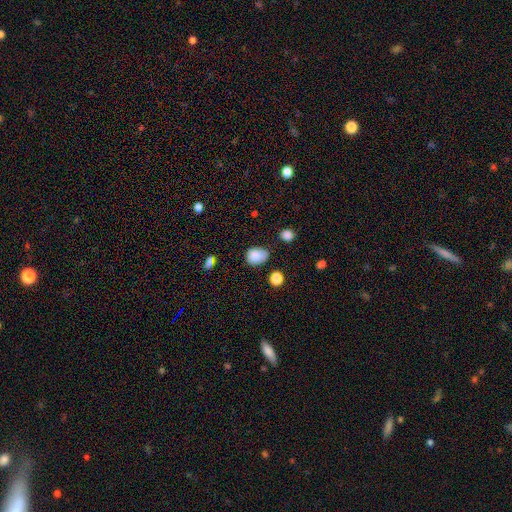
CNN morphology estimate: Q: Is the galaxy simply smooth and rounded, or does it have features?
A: smooth — 82%.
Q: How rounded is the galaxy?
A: in between — 51%.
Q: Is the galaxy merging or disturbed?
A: none — 54%.